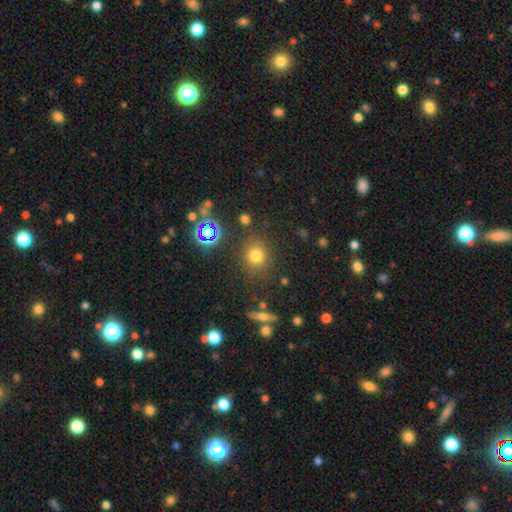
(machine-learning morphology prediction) A smooth galaxy with no disk features (70%) that is round (81%). Merging: none (79%).